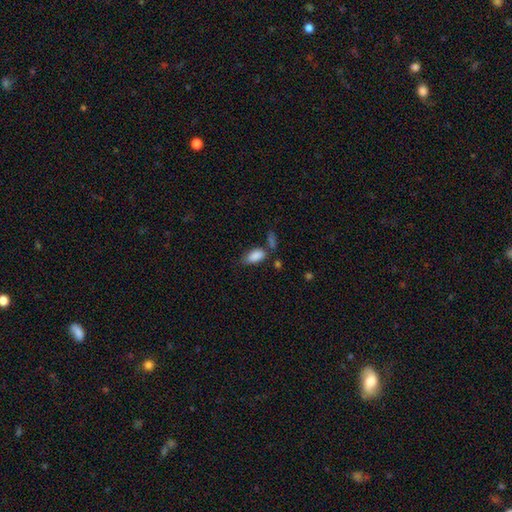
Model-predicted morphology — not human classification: The model was most divided on "merging": none: 51%, minor disturbance: 25%, merger: 16%, major disturbance: 8%. More confident: how rounded — in between (91%); smooth or featured — smooth (86%).